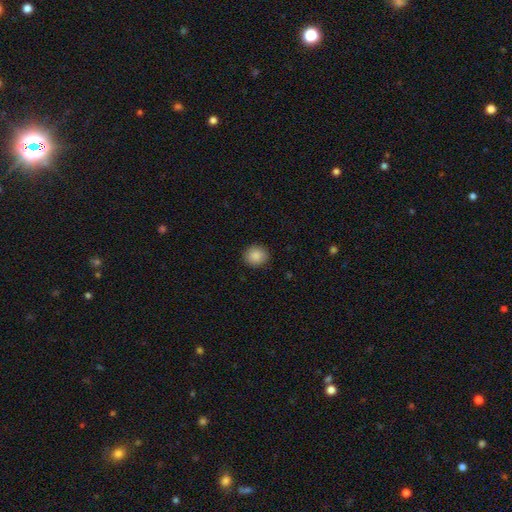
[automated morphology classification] This is clearly a smooth galaxy (88%). How rounded: clearly round (83%). Merging: clearly none (91%).